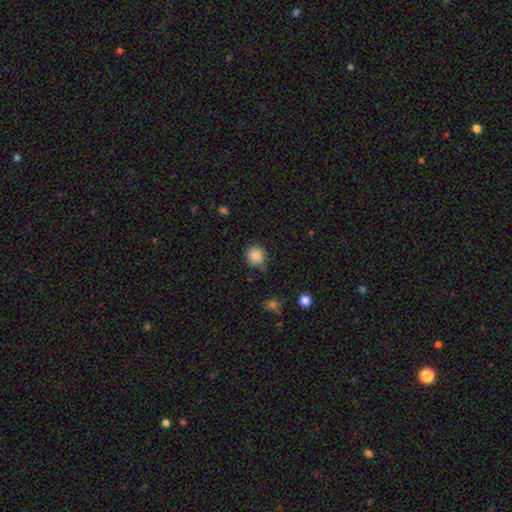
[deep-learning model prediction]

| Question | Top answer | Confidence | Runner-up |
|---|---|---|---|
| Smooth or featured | smooth | 86% | star or artifact (10%) |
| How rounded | round | 86% | in between (13%) |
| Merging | none | 79% | minor disturbance (15%) |